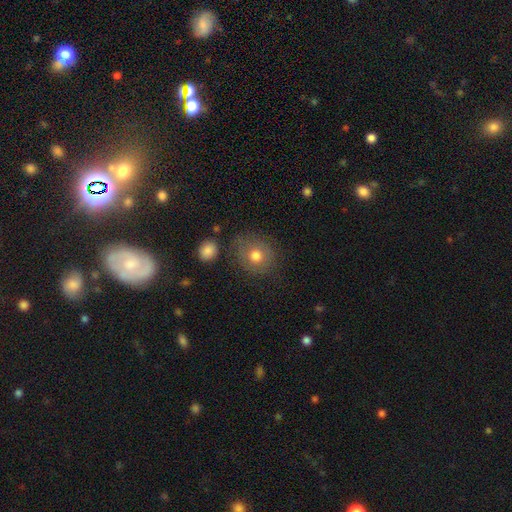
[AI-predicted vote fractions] Q: Smooth or featured?
A: smooth (73%); runner-up: featured or disk (17%)
Q: How rounded?
A: round (81%); runner-up: in between (18%)
Q: Merging?
A: none (75%); runner-up: minor disturbance (15%)